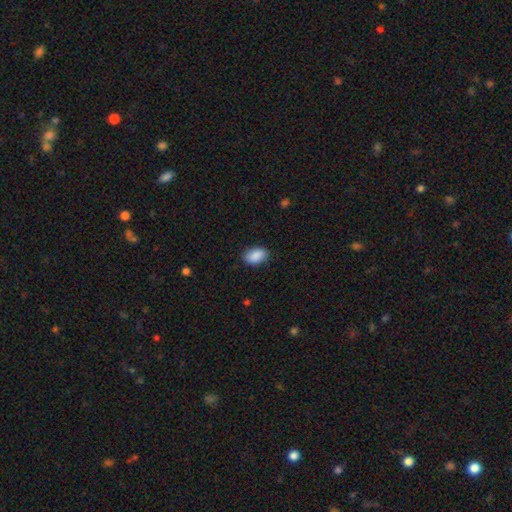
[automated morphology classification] Overall: smooth (90%). How rounded: in between (91%). Merging: none (85%).